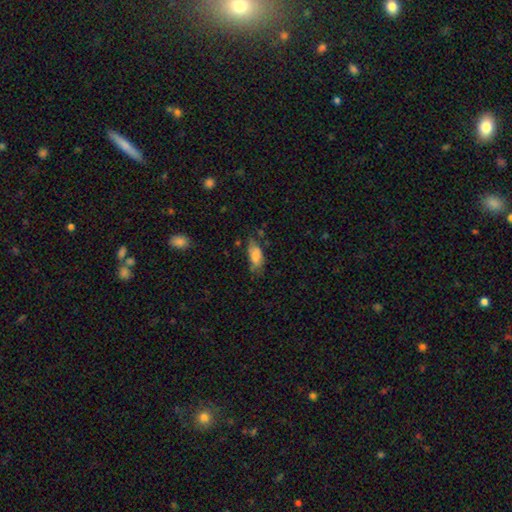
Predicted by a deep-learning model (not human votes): Morphology: type=smooth (77%); roundness=in between (82%); merging=none (53%).